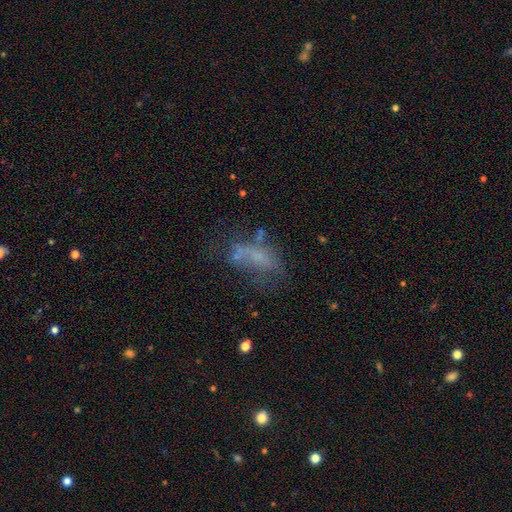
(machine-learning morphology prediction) This is marginally a smooth galaxy (43%). Merging: marginally none (35%).